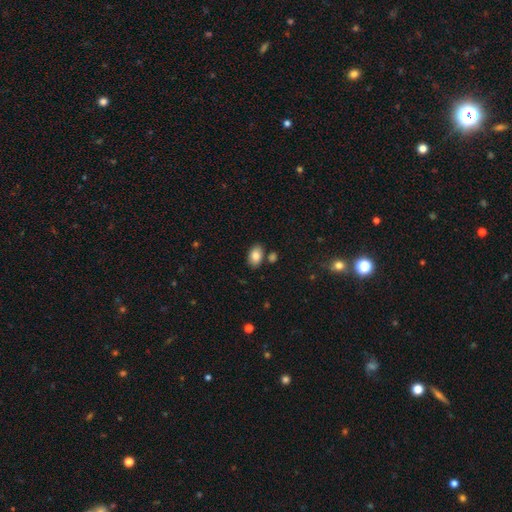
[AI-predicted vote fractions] Morphology: type=smooth (83%); roundness=in between (89%); merging=none (79%).